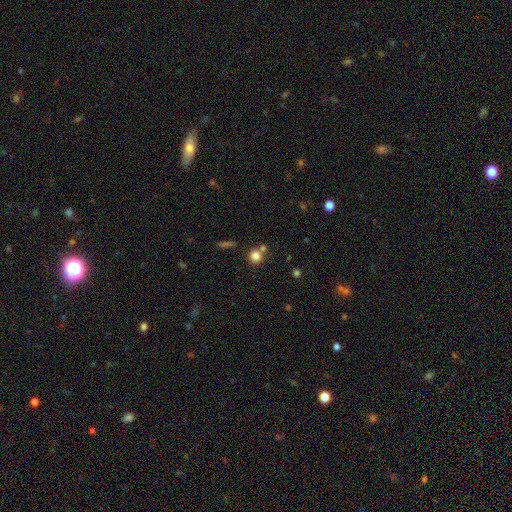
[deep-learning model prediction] smooth 81%, star or artifact 13%, featured or disk 6%. Down the decision tree: how rounded — round (84%); merging — none (64%).